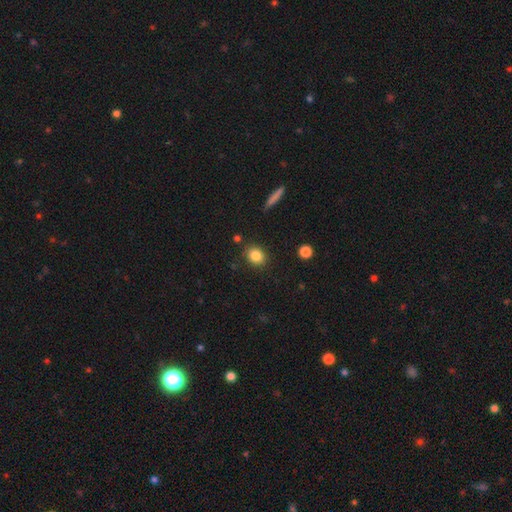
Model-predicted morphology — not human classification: Smooth or featured? Predicted: smooth (p=0.84). How rounded? Predicted: round (p=0.49, tied with in between). Merging? Predicted: none (p=0.85).